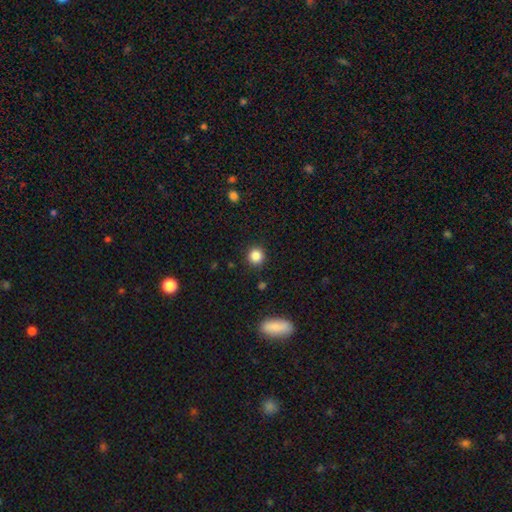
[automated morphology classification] The model was most divided on "smooth or featured": smooth: 85%, star or artifact: 11%, featured or disk: 4%. More confident: how rounded — round (92%); merging — none (90%).